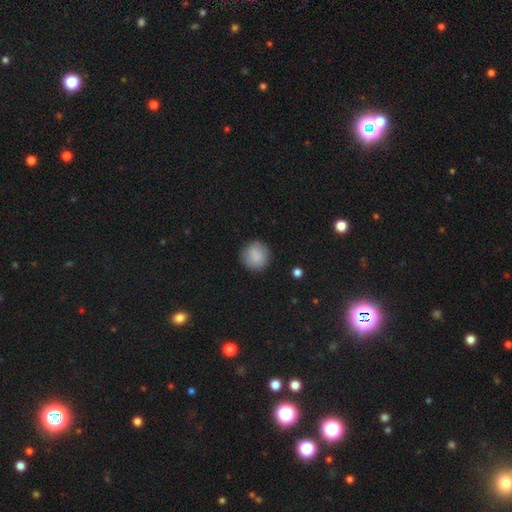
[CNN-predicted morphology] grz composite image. It shows a smooth galaxy with no disk features (88%) that is round (92%). Merging: none (88%).